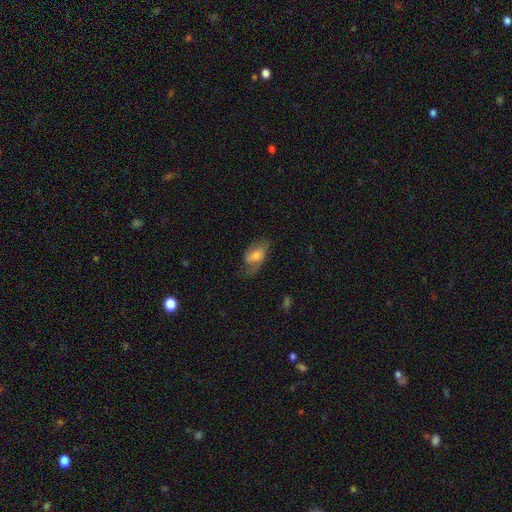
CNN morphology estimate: type=featured or disk (49%); merging=none (52%).